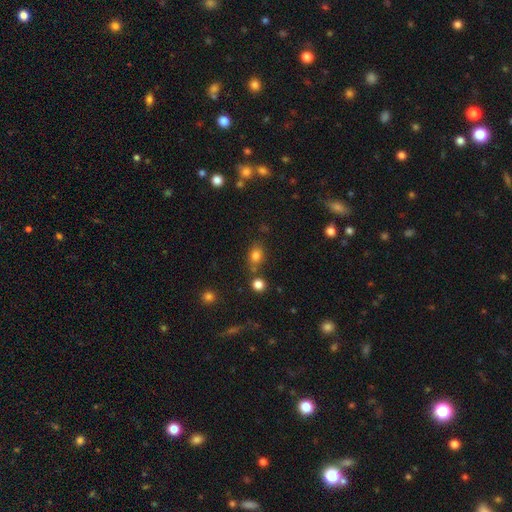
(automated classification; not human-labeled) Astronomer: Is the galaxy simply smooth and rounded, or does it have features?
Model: smooth — 79%.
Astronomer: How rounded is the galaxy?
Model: in between — 57% (runner-up: round, 41%).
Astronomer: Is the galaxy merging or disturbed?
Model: none — 67%.